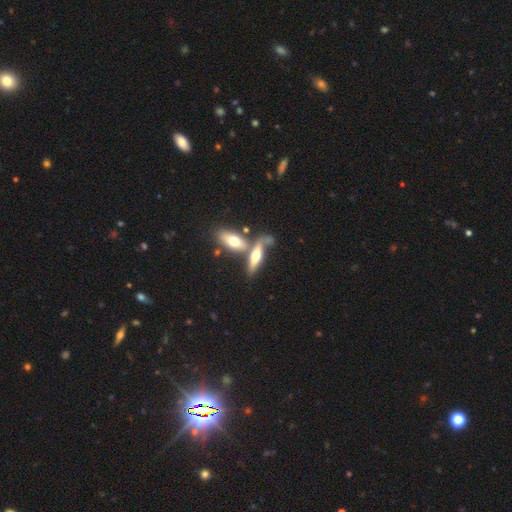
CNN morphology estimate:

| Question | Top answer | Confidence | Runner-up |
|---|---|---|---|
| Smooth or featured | smooth | 47% | featured or disk (46%) |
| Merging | merger | 44% | none (36%) |